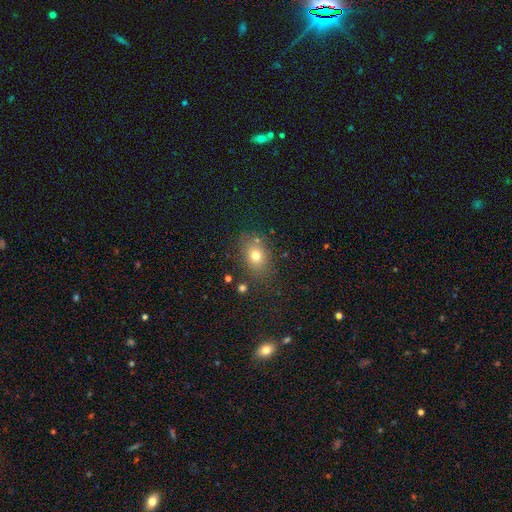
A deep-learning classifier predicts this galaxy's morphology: This appears to be a smooth galaxy with no disk features (73%) that is in between round and cigar-shaped (59%). Merging: none (78%).